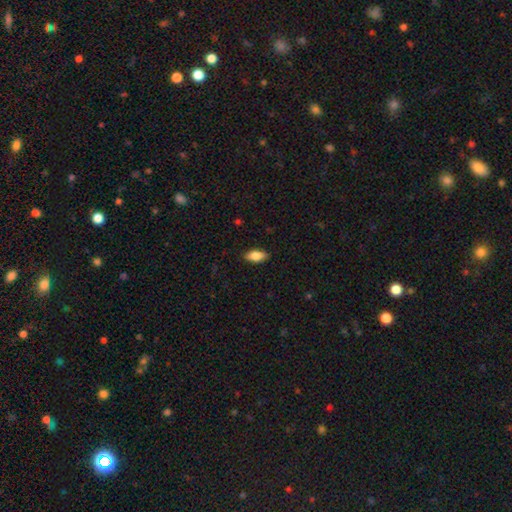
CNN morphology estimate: Overall: smooth (83%). How rounded: in between (89%). Merging: none (88%).